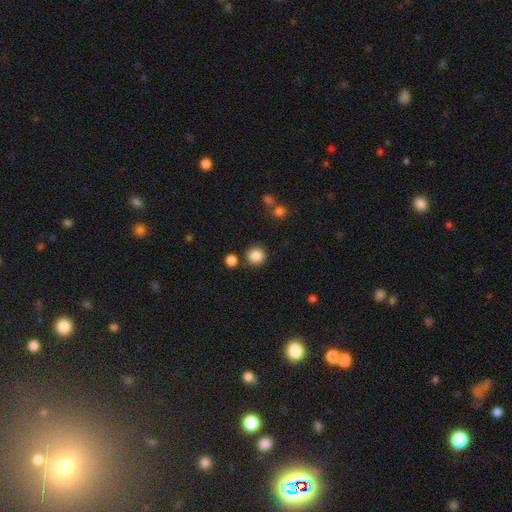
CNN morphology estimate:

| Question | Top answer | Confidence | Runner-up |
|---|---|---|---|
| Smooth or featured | smooth | 86% | star or artifact (10%) |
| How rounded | round | 93% | in between (6%) |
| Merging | none | 85% | minor disturbance (7%) |